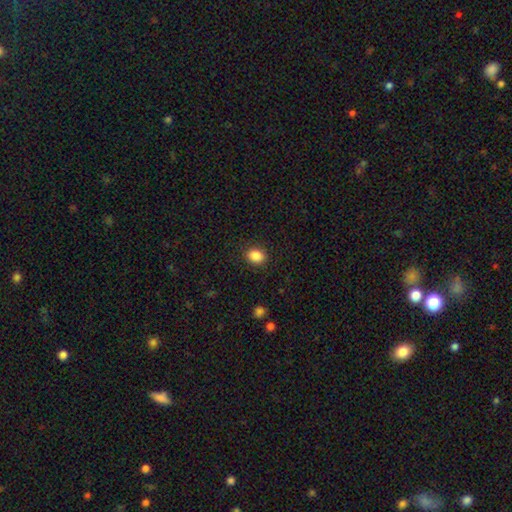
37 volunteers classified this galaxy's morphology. Smooth or featured: smooth — 92% (star or artifact — 8%)
How rounded: in between — 56% (round — 41%)
Merging: none — 82% (minor disturbance — 9%)